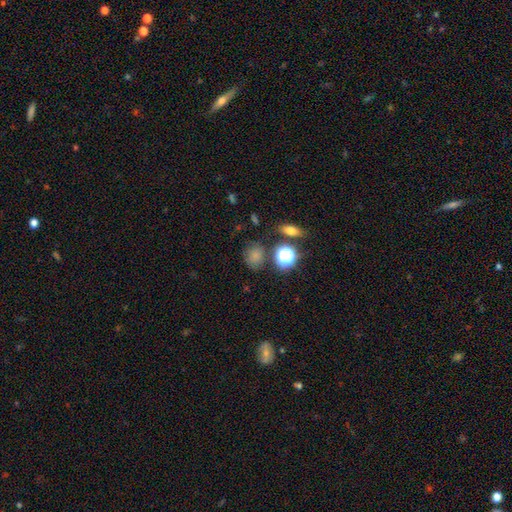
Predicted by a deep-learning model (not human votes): This appears to be a smooth galaxy with no disk features (72%) that is round (65%). Merging: none (70%).